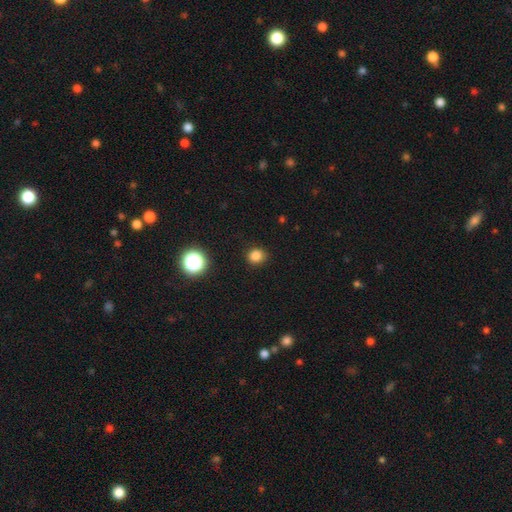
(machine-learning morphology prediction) A smooth galaxy with no disk features (82%) that is round (84%). Merging: none (89%).